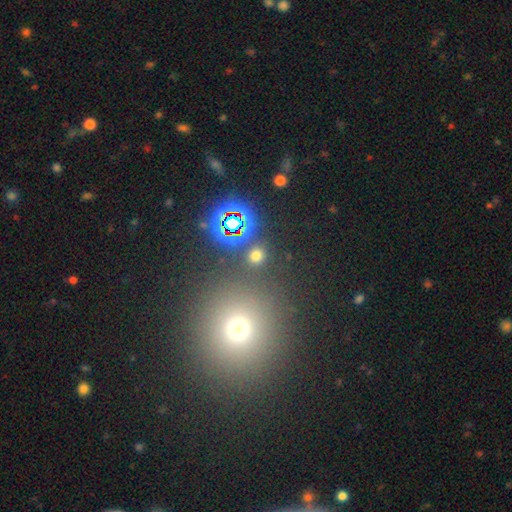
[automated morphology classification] A smooth galaxy with no disk features (63%) that is round (83%). Merging: none (85%).